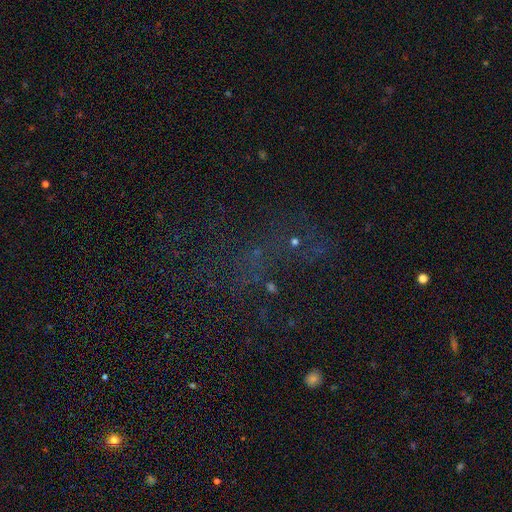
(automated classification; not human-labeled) This is possibly a star or artifact rather than a galaxy (54%).